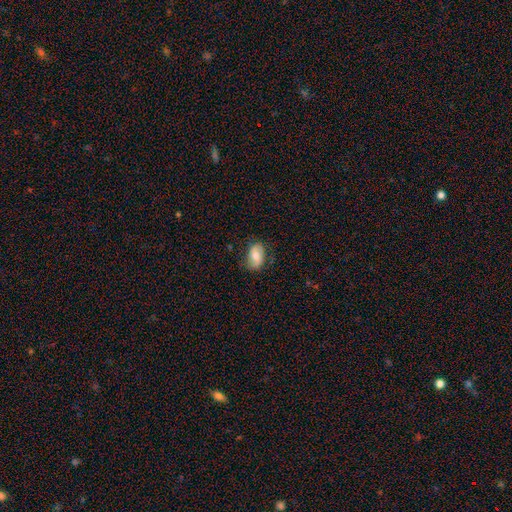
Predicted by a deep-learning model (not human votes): Smooth or featured? Predicted: smooth (p=0.68). How rounded? Predicted: in between (p=0.90). Merging? Predicted: none (p=0.73).